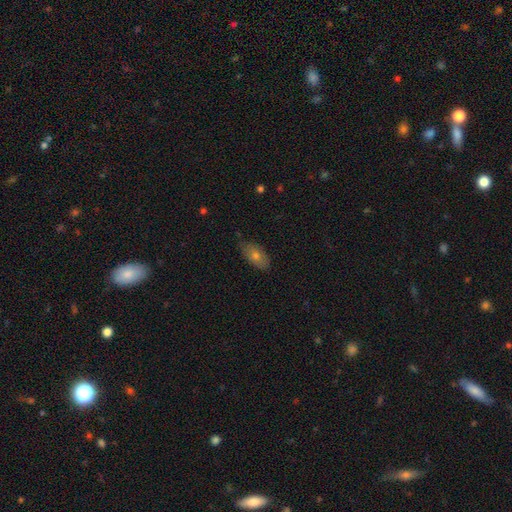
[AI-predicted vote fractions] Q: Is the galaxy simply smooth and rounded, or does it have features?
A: smooth — 62%.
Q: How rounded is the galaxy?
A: in between — 89%.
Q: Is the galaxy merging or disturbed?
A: none — 76%.